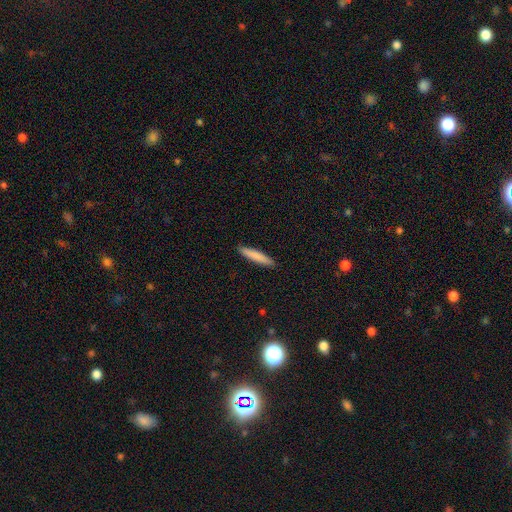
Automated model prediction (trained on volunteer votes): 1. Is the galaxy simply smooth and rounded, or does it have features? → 84% smooth, 11% featured or disk, 6% star or artifact.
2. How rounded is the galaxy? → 91% cigar-shaped, 8% in between, 1% round.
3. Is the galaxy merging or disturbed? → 91% none, 6% minor disturbance, 1% major disturbance, 1% merger.